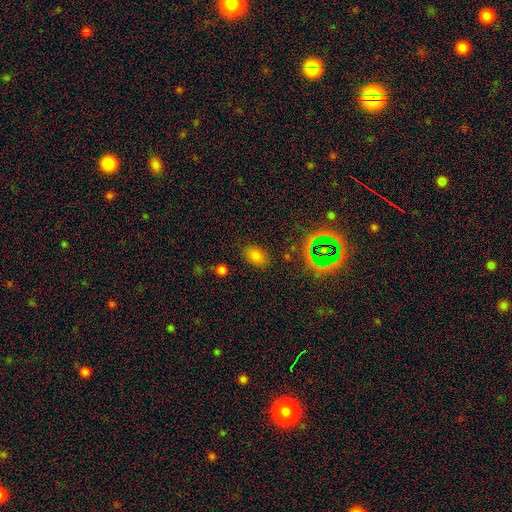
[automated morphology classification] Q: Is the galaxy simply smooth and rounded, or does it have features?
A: smooth — 73%.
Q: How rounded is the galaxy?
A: in between — 82%.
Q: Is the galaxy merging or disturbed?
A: none — 82%.